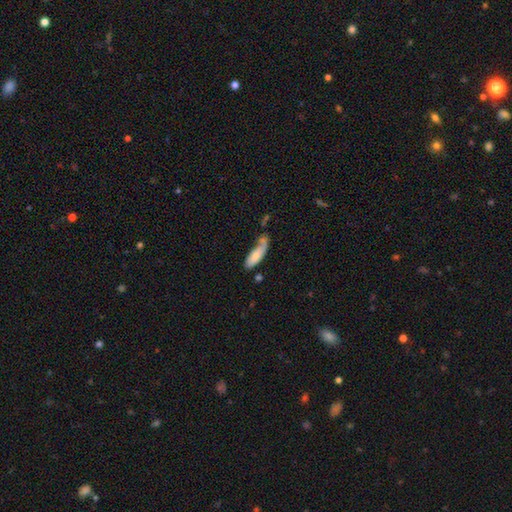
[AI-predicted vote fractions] A smooth galaxy with no disk features (70%) that is in between round and cigar-shaped (59%). Merging: none (36%).